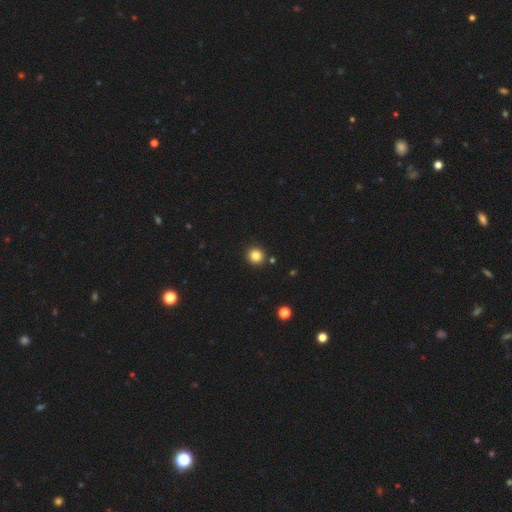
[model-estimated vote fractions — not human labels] A smooth galaxy with no disk features (84%) that is round (94%).

Vote fractions:
- Smooth or featured? smooth: 84% / star or artifact: 12% / featured or disk: 5%
- How rounded? round: 94% / in between: 6% / cigar-shaped: 1%
- Merging? none: 91% / minor disturbance: 5% / merger: 2% / major disturbance: 2%